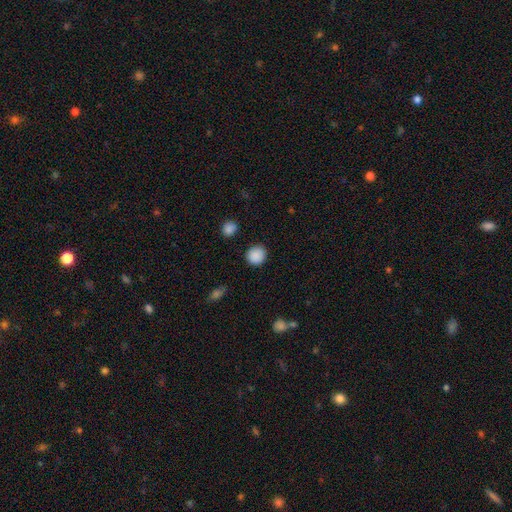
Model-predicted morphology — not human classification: The model was most divided on "smooth or featured": smooth: 89%, star or artifact: 9%, featured or disk: 3%. More confident: how rounded — round (90%); merging — none (89%).